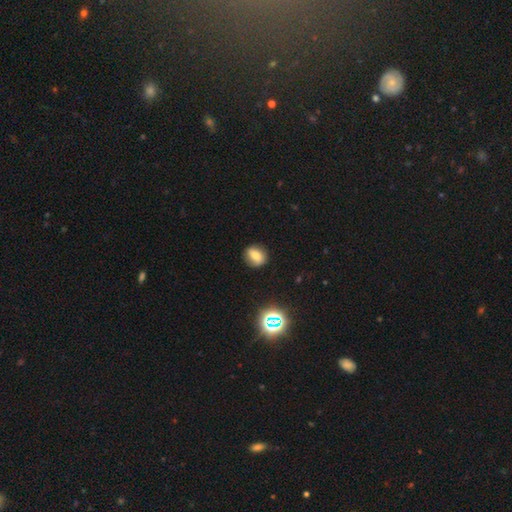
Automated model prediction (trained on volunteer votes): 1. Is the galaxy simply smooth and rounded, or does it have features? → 66% smooth, 19% featured or disk, 15% star or artifact.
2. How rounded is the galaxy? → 58% round, 40% in between, 2% cigar-shaped.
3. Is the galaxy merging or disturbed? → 83% none, 12% minor disturbance, 3% major disturbance, 1% merger.